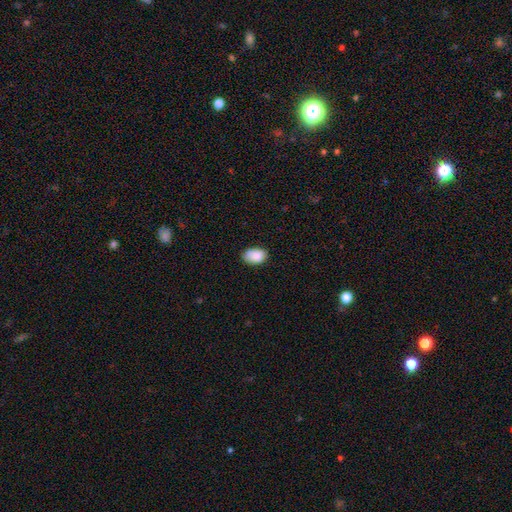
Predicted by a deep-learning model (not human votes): This appears to be a smooth galaxy with no disk features (87%) that is in between round and cigar-shaped (86%). Merging: none (71%).